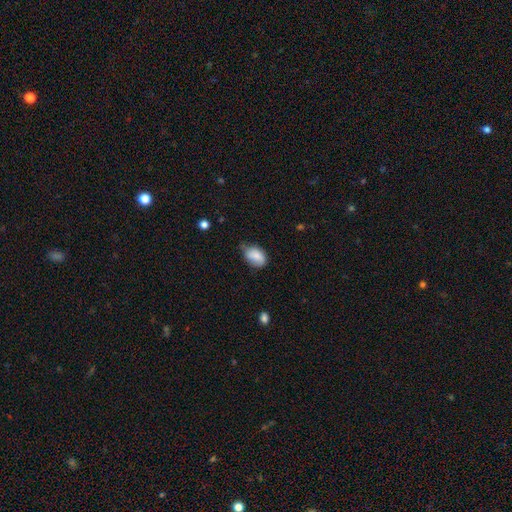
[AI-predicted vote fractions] Morphology: type=smooth (80%); roundness=in between (84%); merging=none (44%, tied with minor disturbance).